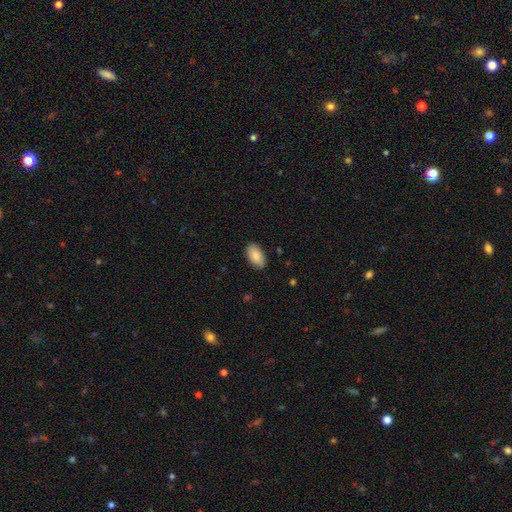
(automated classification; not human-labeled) smooth 87%, star or artifact 6%, featured or disk 6%. Down the decision tree: how rounded — in between (95%); merging — none (87%).